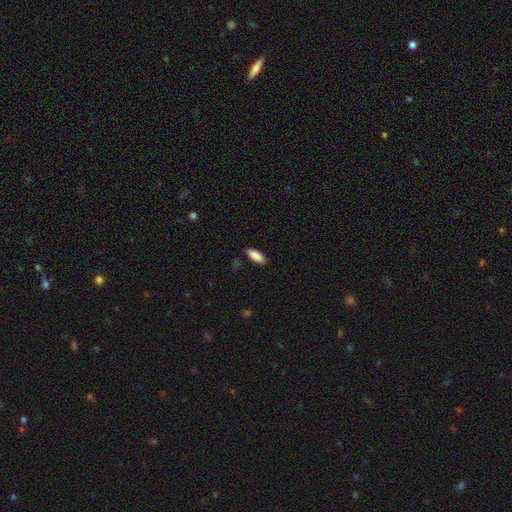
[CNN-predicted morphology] The model was most divided on "how rounded": in between: 81%, cigar-shaped: 18%, round: 2%. More confident: smooth or featured — smooth (89%); merging — none (86%).